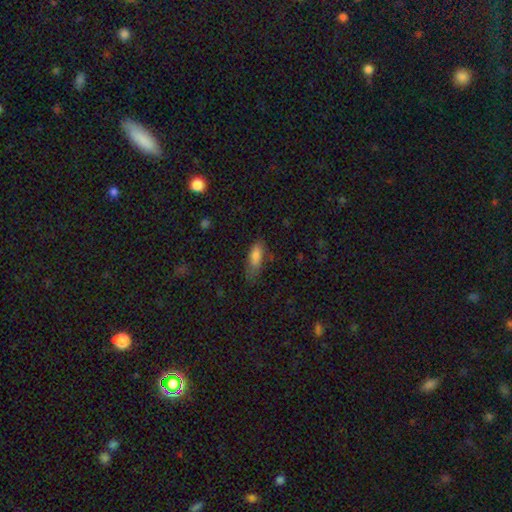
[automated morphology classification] type=smooth (80%); roundness=in between (71%); merging=none (50%).